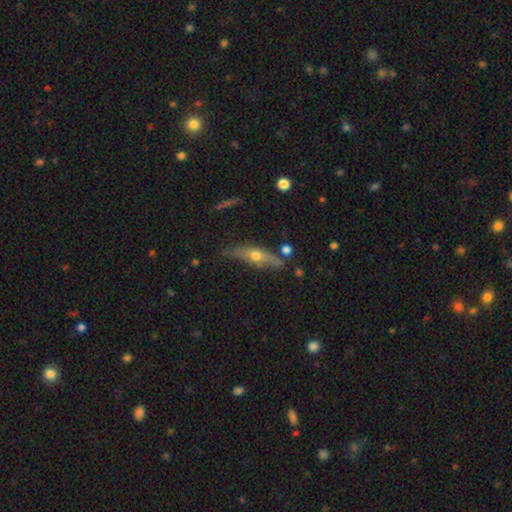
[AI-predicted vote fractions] The model was most divided on "smooth or featured": featured or disk: 65%, smooth: 26%, star or artifact: 8%. More confident: edge-on bulge — rounded (92%); edge-on disk — yes (90%); merging — none (74%).